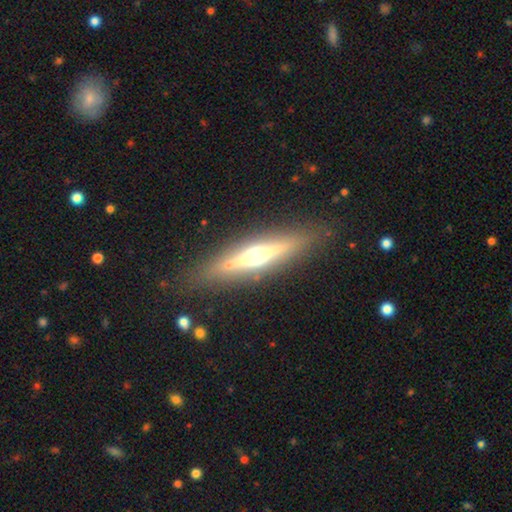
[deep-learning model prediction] This is likely a featured or disk galaxy (73%). It is clearly viewed edge-on (95%). Edge-on bulge: clearly rounded (93%). Merging: clearly none (86%).